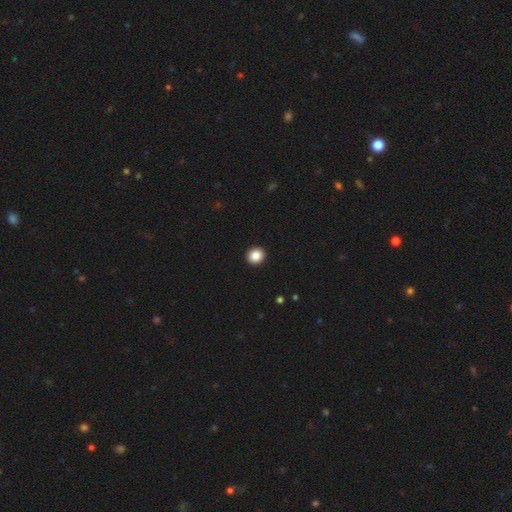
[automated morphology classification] A smooth galaxy with no disk features (87%) that is round (89%). Merging: none (94%).